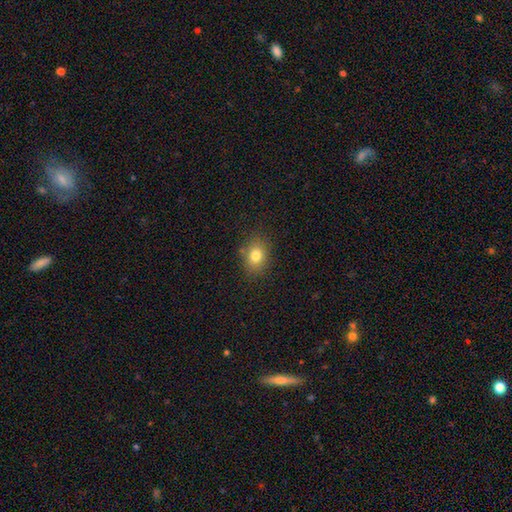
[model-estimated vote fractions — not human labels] A smooth galaxy with no disk features (79%) that is in between round and cigar-shaped (56%). Merging: none (83%).